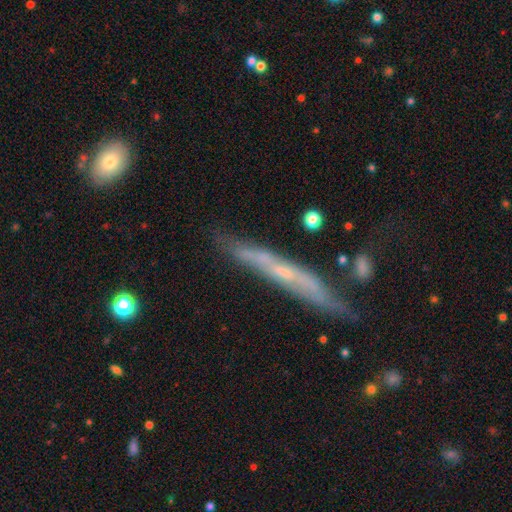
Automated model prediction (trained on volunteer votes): This appears to be a featured or disk galaxy (60%) viewed edge-on (75%). Merging: none (67%).